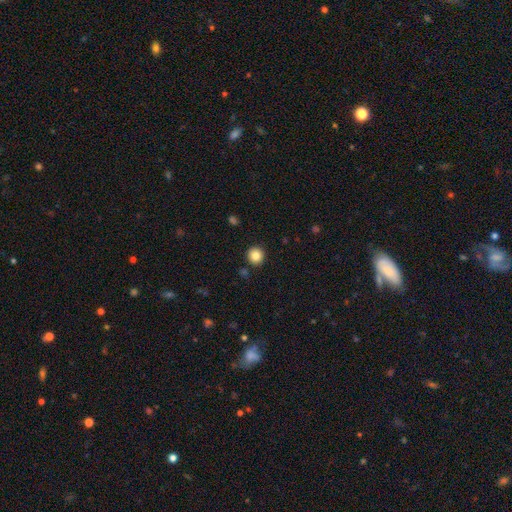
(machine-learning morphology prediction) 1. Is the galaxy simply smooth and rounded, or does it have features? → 84% smooth, 10% star or artifact, 6% featured or disk.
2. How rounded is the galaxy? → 93% round, 6% in between, 1% cigar-shaped.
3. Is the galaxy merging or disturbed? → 91% none, 5% minor disturbance, 2% merger, 2% major disturbance.